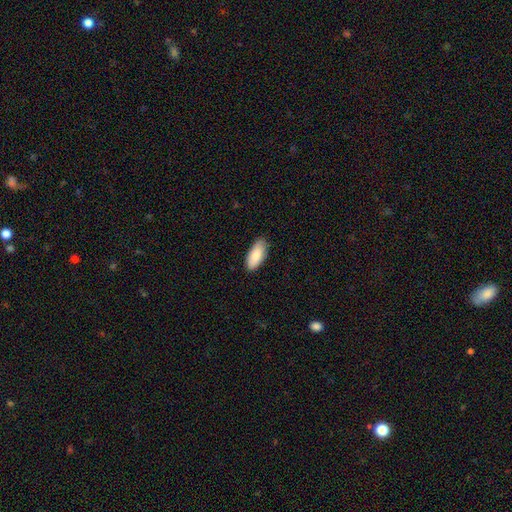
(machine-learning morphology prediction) Smooth or featured? Predicted: smooth (p=0.86). How rounded? Predicted: in between (p=0.89). Merging? Predicted: none (p=0.86).